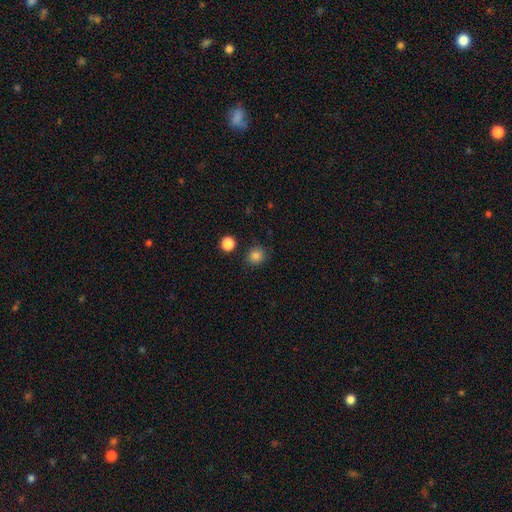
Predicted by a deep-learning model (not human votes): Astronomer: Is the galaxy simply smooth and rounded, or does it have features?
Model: smooth — 84%.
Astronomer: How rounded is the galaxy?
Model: round — 84%.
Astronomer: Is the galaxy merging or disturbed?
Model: none — 84%.